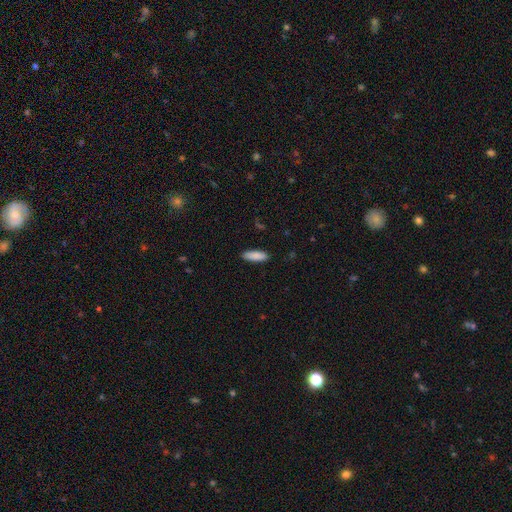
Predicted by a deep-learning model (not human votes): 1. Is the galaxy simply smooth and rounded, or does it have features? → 89% smooth, 6% star or artifact, 5% featured or disk.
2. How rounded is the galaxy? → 58% in between, 40% cigar-shaped, 2% round.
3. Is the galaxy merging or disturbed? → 89% none, 8% minor disturbance, 2% major disturbance, 1% merger.